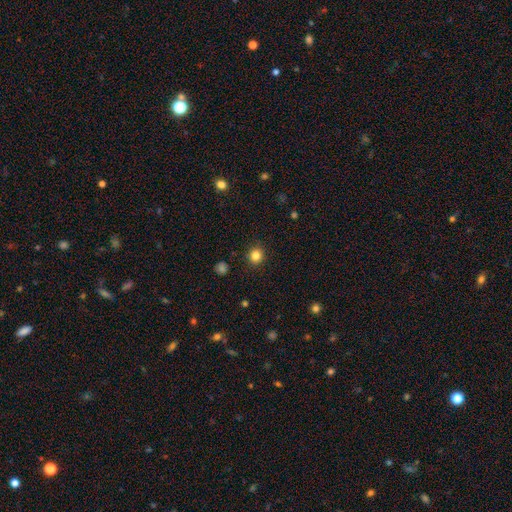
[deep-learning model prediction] Smooth or featured?
  - smooth: 83% *
  - star or artifact: 12%
  - featured or disk: 5%
How rounded?
  - round: 92% *
  - in between: 7%
  - cigar-shaped: 1%
Merging?
  - none: 92% *
  - minor disturbance: 5%
  - major disturbance: 2%
  - merger: 1%